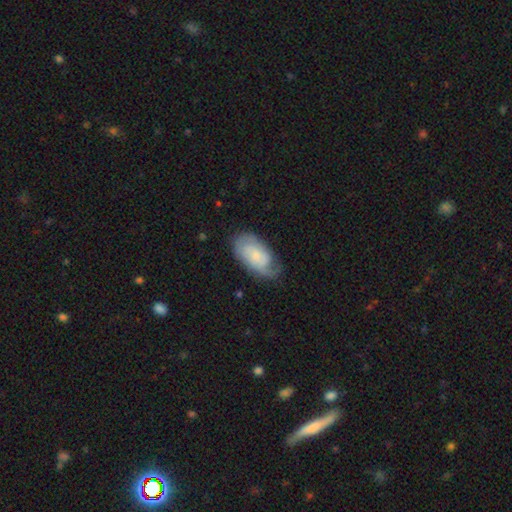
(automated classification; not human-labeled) The model was most divided on "smooth or featured": featured or disk: 55%, smooth: 39%, star or artifact: 6%. More confident: edge-on disk — no (95%); spiral arms — yes (85%); bar — no (74%); bulge size — small (66%); merging — none (62%).